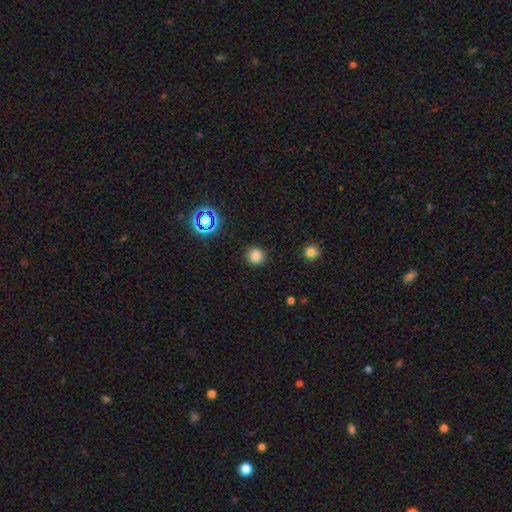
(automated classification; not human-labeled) Smooth or featured? Predicted: smooth (p=0.79). How rounded? Predicted: round (p=0.90). Merging? Predicted: none (p=0.89).